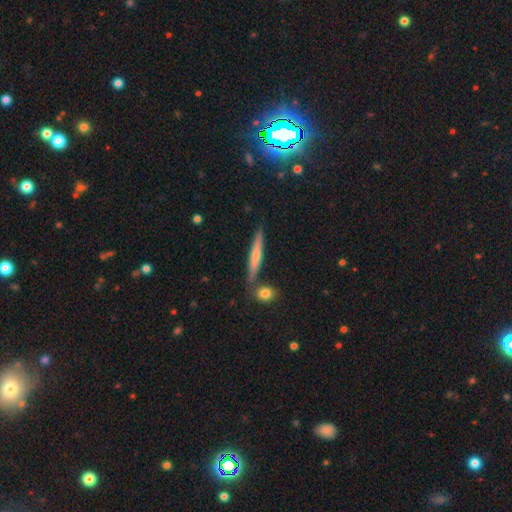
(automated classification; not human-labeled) Q: Smooth or featured?
A: featured or disk (55%); runner-up: smooth (27%)
Q: Edge-on disk?
A: yes (93%); runner-up: no (7%)
Q: Edge-on bulge?
A: rounded (74%); runner-up: none (16%)
Q: Merging?
A: none (76%); runner-up: merger (11%)